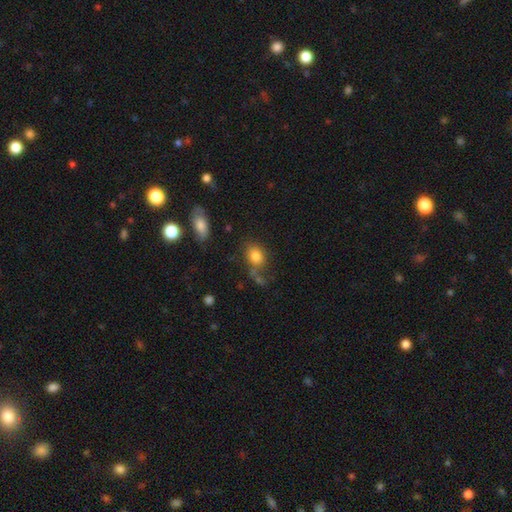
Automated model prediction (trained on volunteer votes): A smooth galaxy with no disk features (82%) that is in between round and cigar-shaped (63%). Merging: none (61%).